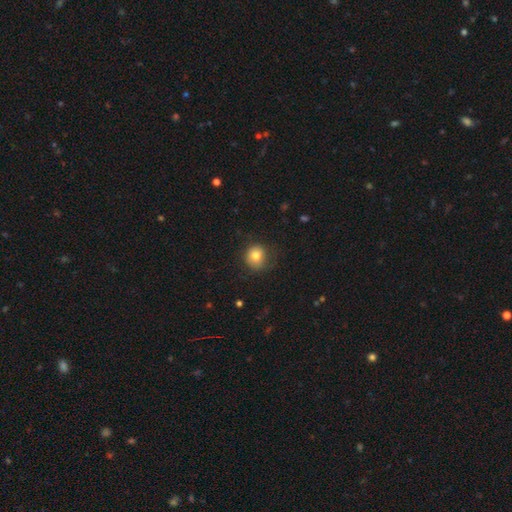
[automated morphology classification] smooth-or-featured: smooth: 78% | featured or disk: 11% | star or artifact: 10%
  how-rounded: round: 84% | in between: 15% | cigar-shaped: 1%
  merging: none: 75% | minor disturbance: 17% | major disturbance: 8% | merger: 1%